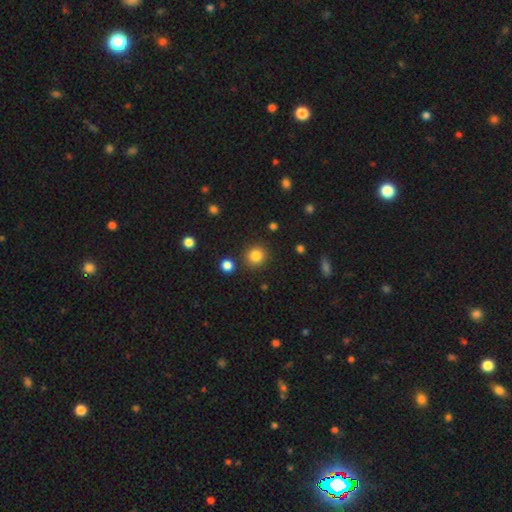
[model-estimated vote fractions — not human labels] Smooth or featured: smooth — 84% (star or artifact — 11%)
How rounded: round — 91% (in between — 8%)
Merging: none — 89% (minor disturbance — 6%)